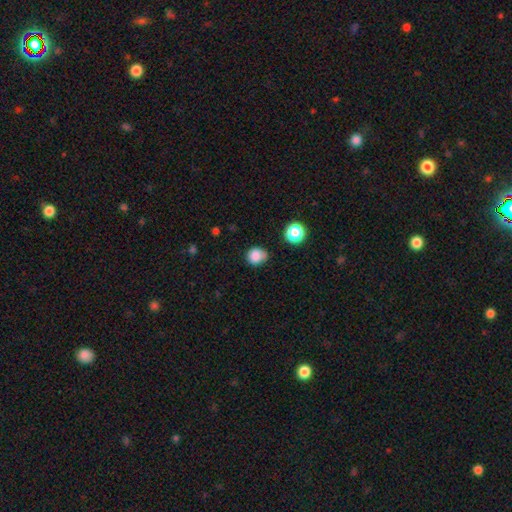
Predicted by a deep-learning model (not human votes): Smooth or featured? Predicted: smooth (p=0.84). How rounded? Predicted: round (p=0.78). Merging? Predicted: none (p=0.64).